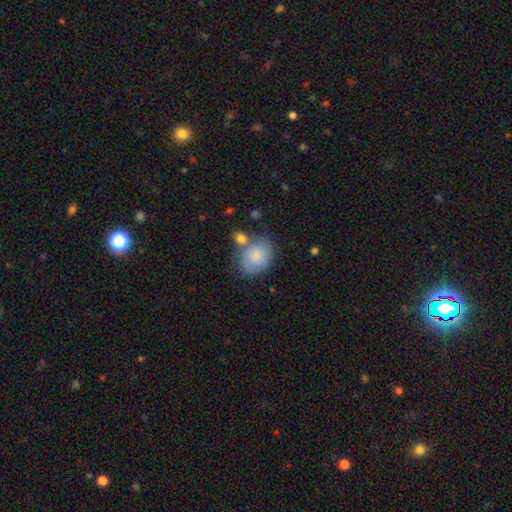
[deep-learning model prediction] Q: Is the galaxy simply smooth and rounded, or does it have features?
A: smooth — 79%.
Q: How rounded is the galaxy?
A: in between — 54%.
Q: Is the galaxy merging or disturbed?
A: none — 55%.